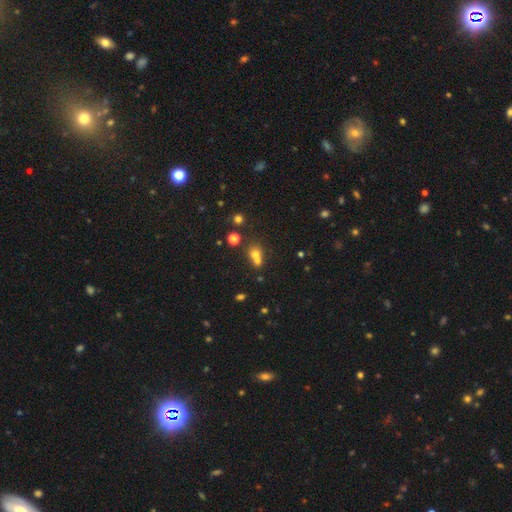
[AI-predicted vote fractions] Morphology: type=smooth (65%); roundness=round (67%); merging=merger (57%).